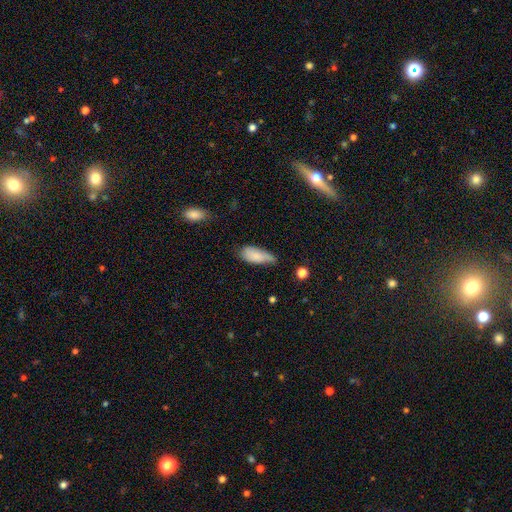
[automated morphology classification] type=smooth (81%); roundness=in between (83%); merging=minor disturbance (44%).